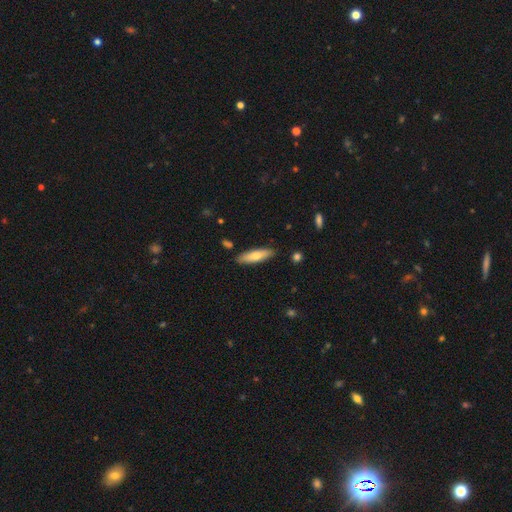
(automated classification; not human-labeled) Q: Smooth or featured?
A: smooth (68%); runner-up: featured or disk (26%)
Q: How rounded?
A: cigar-shaped (65%); runner-up: in between (33%)
Q: Merging?
A: none (87%); runner-up: minor disturbance (9%)